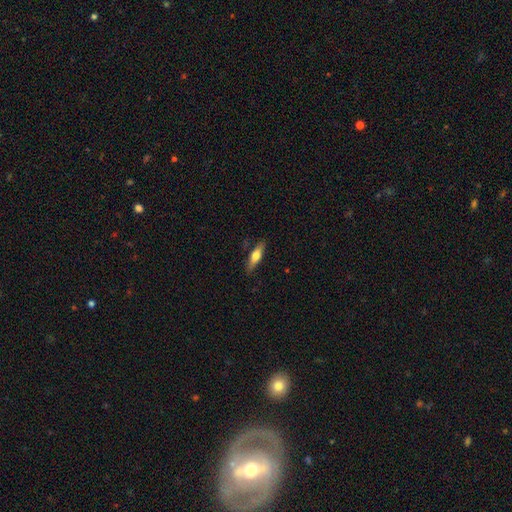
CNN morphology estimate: smooth 59%, featured or disk 35%, star or artifact 6%. Down the decision tree: how rounded — cigar-shaped (60%); merging — none (85%).